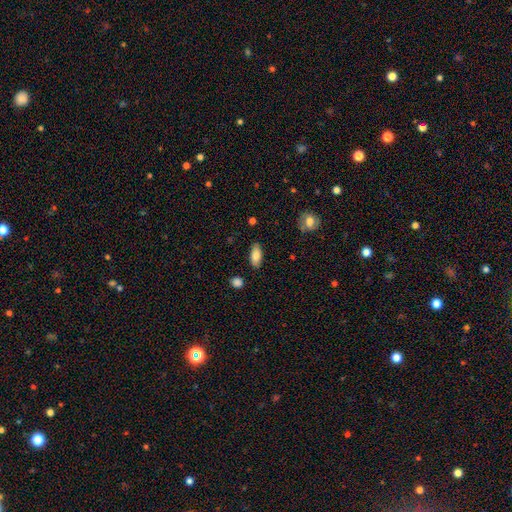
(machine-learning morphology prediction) smooth-or-featured: smooth: 82% | featured or disk: 12% | star or artifact: 7%
  how-rounded: in between: 88% | cigar-shaped: 10% | round: 3%
  merging: none: 85% | minor disturbance: 11% | major disturbance: 2% | merger: 2%